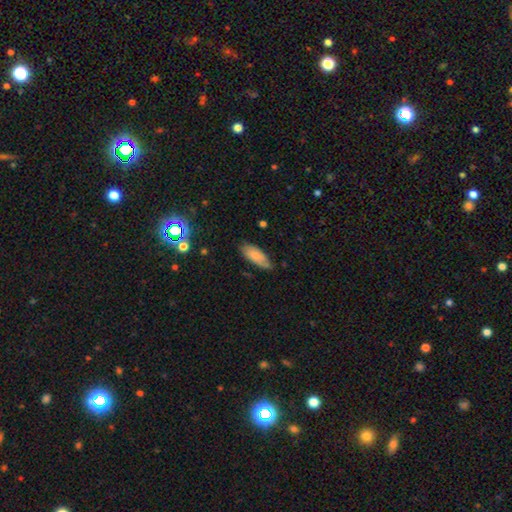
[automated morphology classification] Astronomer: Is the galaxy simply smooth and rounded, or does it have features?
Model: smooth — 80%.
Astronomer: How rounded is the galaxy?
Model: in between — 78%.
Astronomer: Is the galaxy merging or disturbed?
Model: none — 70%.